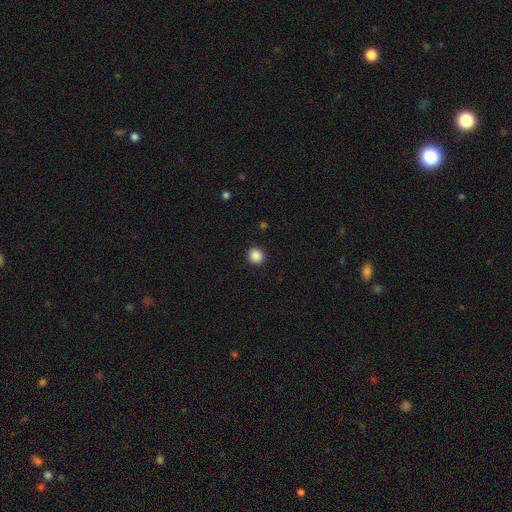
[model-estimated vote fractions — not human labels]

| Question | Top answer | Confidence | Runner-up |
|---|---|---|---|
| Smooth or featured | smooth | 88% | star or artifact (9%) |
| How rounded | round | 89% | in between (11%) |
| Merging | none | 93% | minor disturbance (5%) |